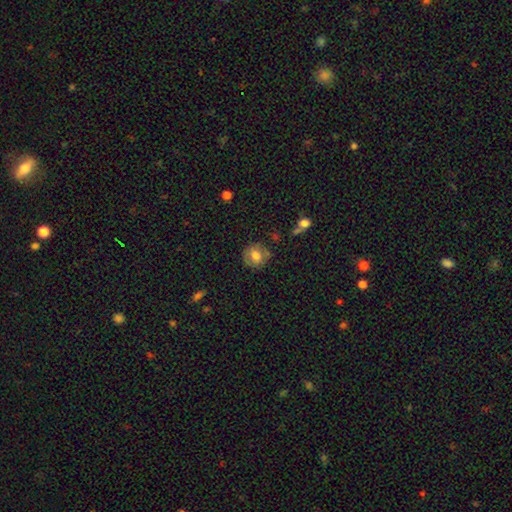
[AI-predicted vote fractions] A smooth galaxy with no disk features (71%) that is round (85%). Merging: none (78%).